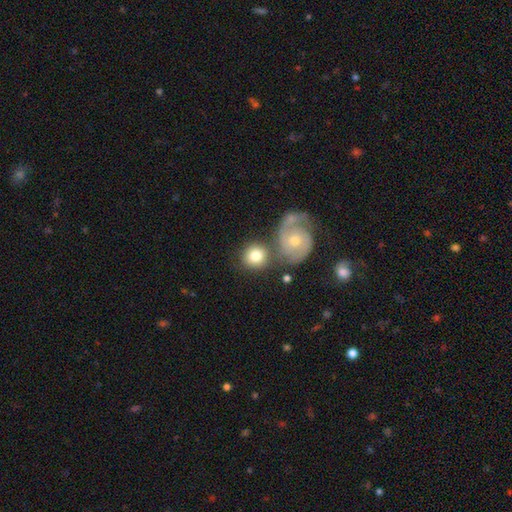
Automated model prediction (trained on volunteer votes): smooth 68%, featured or disk 25%, star or artifact 7%. Down the decision tree: how rounded — round (85%); merging — none (58%).